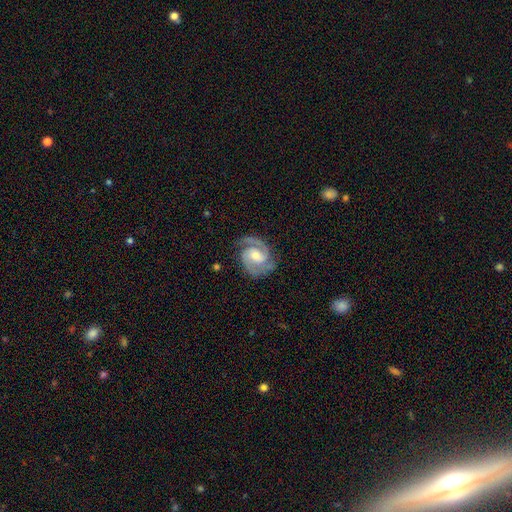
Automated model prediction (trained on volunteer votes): Smooth or featured? featured or disk (90%)
Edge-on disk? no (98%)
Bar? weak (45%)
Spiral arms? yes (98%)
Spiral winding? medium (49%)
Spiral arm count? 2 (91%)
Bulge size? moderate (61%)
Merging? none (78%)